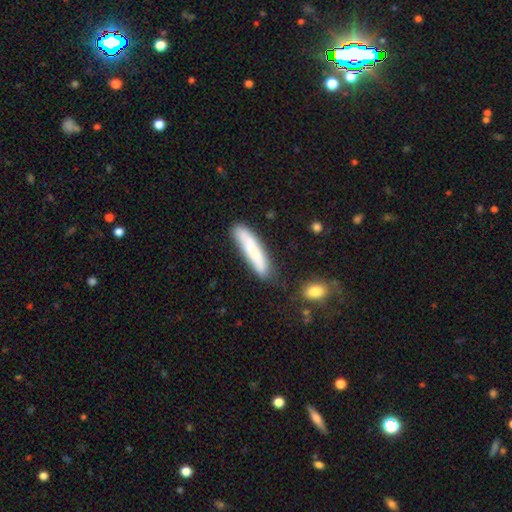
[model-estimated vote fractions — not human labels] Morphology: type=smooth (70%); roundness=cigar-shaped (85%); merging=none (72%).